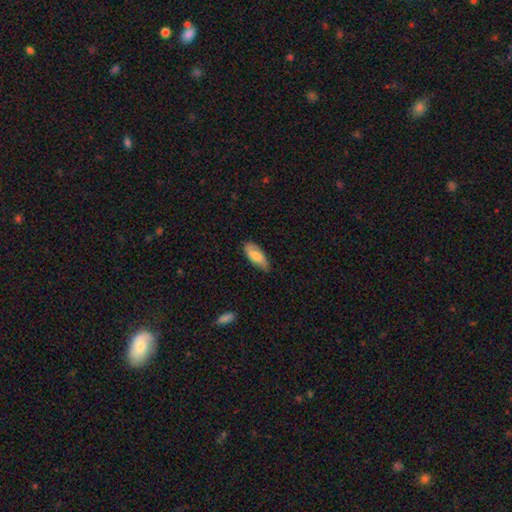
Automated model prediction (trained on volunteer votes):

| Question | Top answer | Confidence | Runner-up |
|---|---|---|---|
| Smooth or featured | smooth | 73% | featured or disk (22%) |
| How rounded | in between | 83% | cigar-shaped (15%) |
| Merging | none | 74% | minor disturbance (21%) |